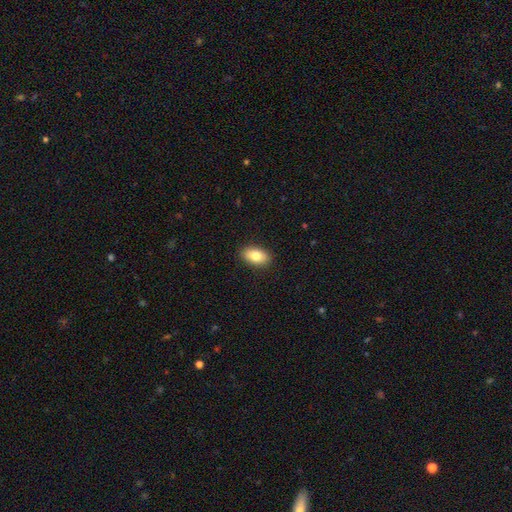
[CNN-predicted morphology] Smooth or featured: smooth — 80% (featured or disk — 13%)
How rounded: in between — 90% (round — 7%)
Merging: none — 90% (minor disturbance — 8%)